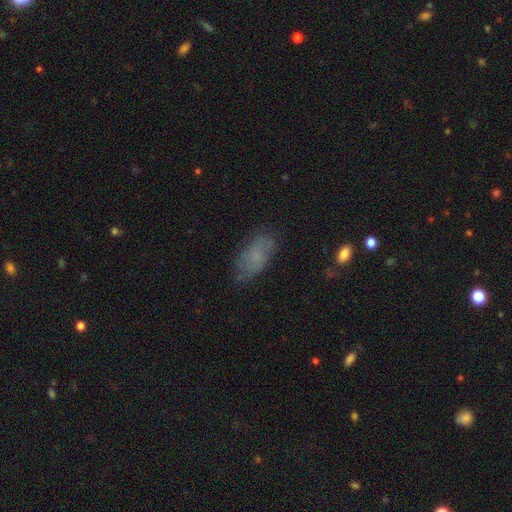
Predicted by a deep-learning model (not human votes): The model was most divided on "smooth or featured": smooth: 67%, featured or disk: 23%, star or artifact: 10%. More confident: how rounded — in between (89%); merging — none (72%).